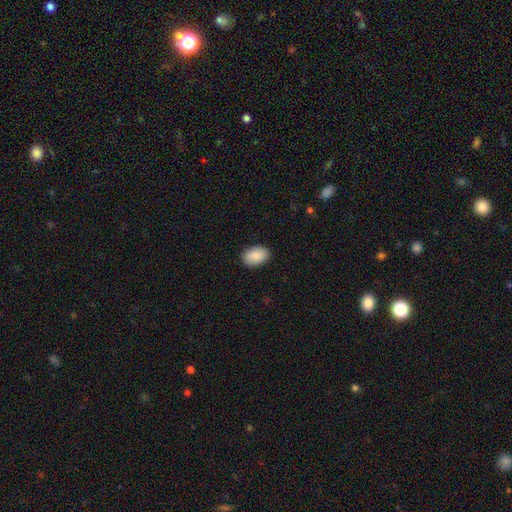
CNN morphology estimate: smooth-or-featured: smooth: 90% | star or artifact: 6% | featured or disk: 4%
  how-rounded: in between: 90% | round: 9% | cigar-shaped: 1%
  merging: none: 90% | minor disturbance: 7% | major disturbance: 2% | merger: 1%